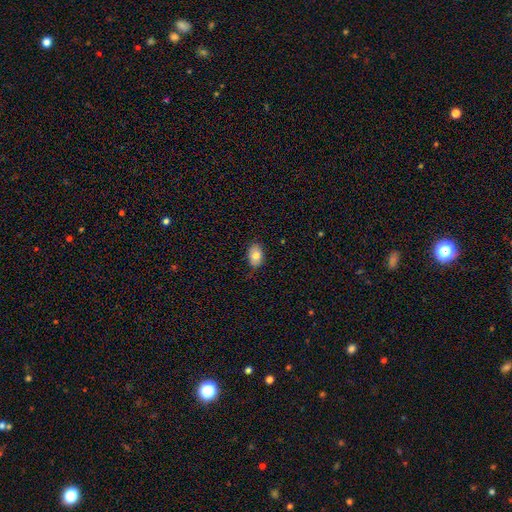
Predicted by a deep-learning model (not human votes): Overall: smooth (79%). How rounded: in between (86%). Merging: none (81%).